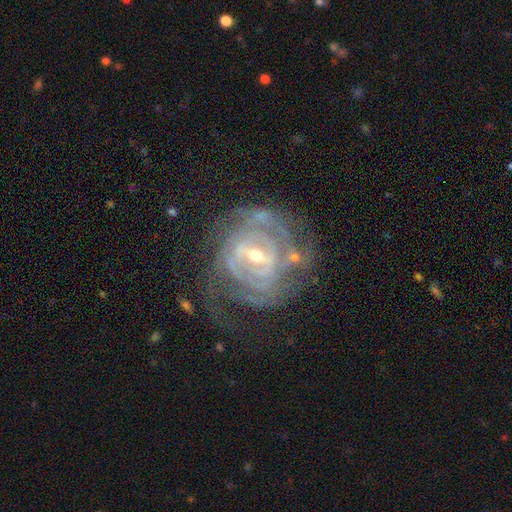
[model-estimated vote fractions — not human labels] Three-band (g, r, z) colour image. It shows a featured or disk galaxy (87%) with a weak bar (47%), tight (71%) spiral arms (91%) and a small central bulge (51%). Merging: none (57%).